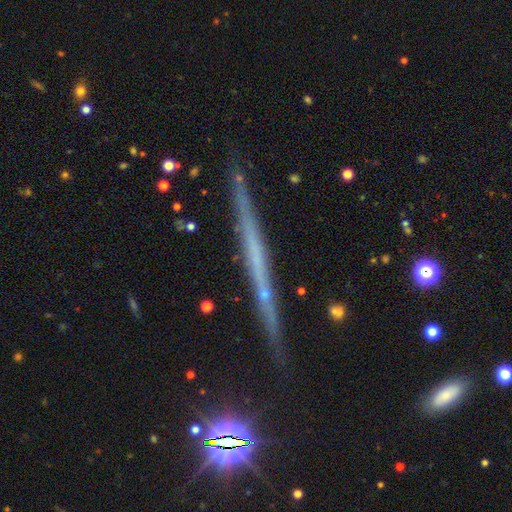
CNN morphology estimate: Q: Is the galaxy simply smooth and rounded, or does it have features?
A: featured or disk — 63%.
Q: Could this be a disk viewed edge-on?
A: yes — 97%.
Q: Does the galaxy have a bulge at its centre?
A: none — 89%.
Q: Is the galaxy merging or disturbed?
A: none — 89%.